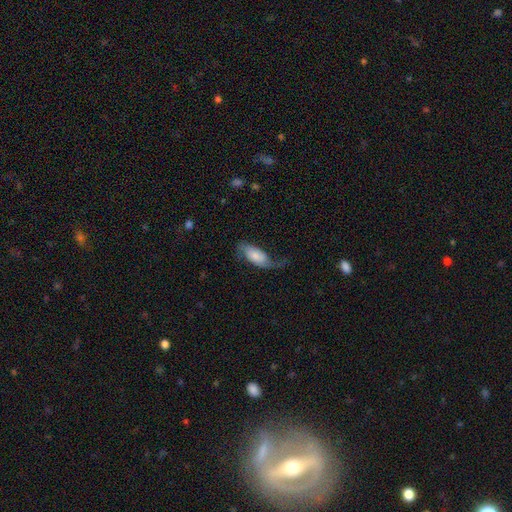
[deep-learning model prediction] A featured or disk galaxy (48%).

Vote fractions:
- Smooth or featured? featured or disk: 48% / smooth: 45% / star or artifact: 7%
- Merging? none: 46% / minor disturbance: 26% / major disturbance: 25% / merger: 2%